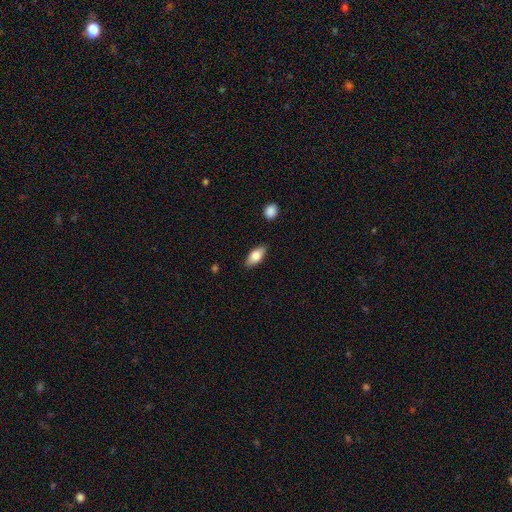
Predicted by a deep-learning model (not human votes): smooth-or-featured: smooth: 78% | featured or disk: 16% | star or artifact: 7%
  how-rounded: in between: 87% | cigar-shaped: 9% | round: 3%
  merging: none: 85% | minor disturbance: 11% | major disturbance: 2% | merger: 2%